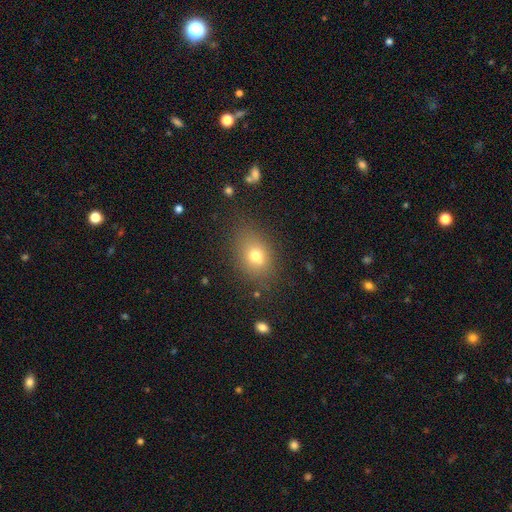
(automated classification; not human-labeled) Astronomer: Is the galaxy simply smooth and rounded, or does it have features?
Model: smooth — 71%.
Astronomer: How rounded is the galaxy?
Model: in between — 65%.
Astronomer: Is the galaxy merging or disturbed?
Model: none — 76%.